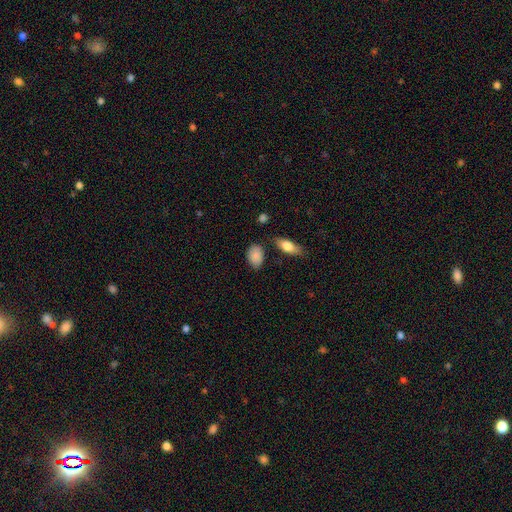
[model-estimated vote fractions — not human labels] Morphology: type=smooth (88%); roundness=in between (86%); merging=none (74%).